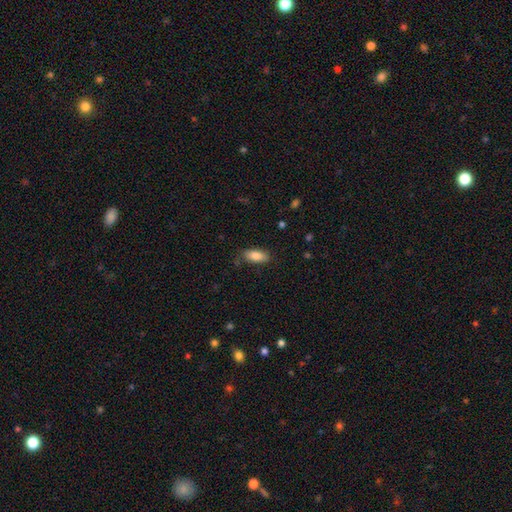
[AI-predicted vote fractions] A smooth galaxy with no disk features (84%) that is in between round and cigar-shaped (86%). Merging: none (79%).